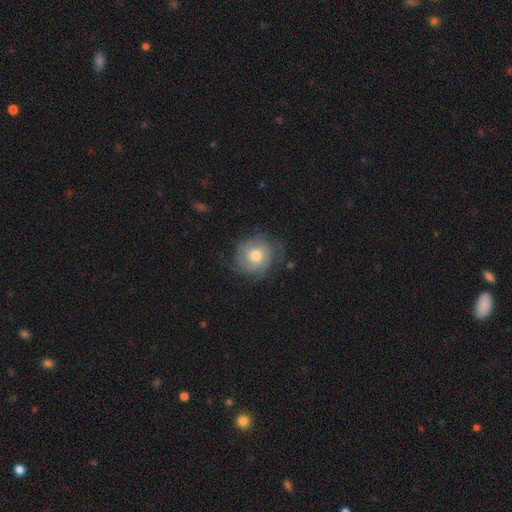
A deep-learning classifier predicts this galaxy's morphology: Smooth or featured? featured or disk (49%)
Merging? none (68%)